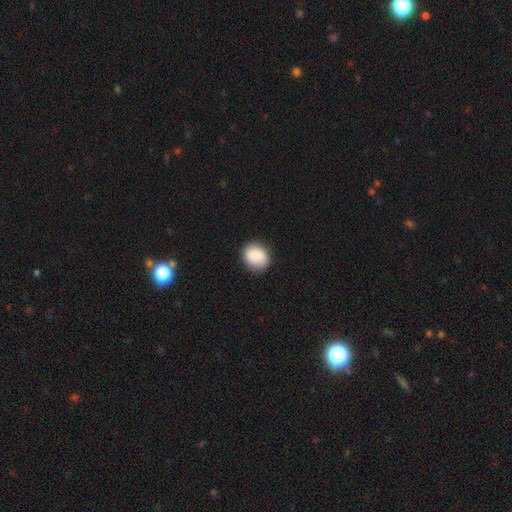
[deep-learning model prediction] Smooth or featured?
  - smooth: 86% *
  - star or artifact: 7%
  - featured or disk: 7%
How rounded?
  - round: 70% *
  - in between: 29%
  - cigar-shaped: 1%
Merging?
  - none: 87% *
  - minor disturbance: 10%
  - major disturbance: 2%
  - merger: 1%